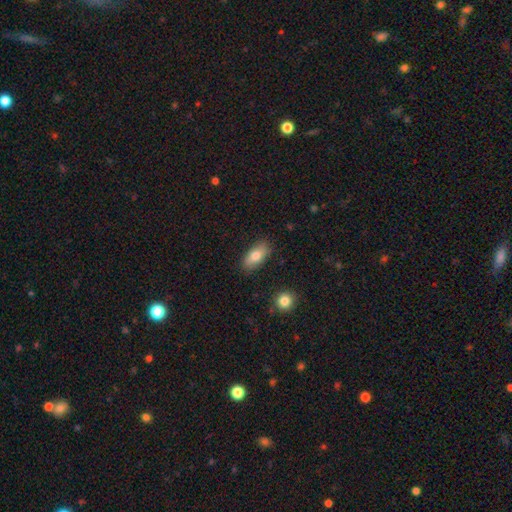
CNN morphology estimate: Smooth or featured?
  - smooth: 78% *
  - featured or disk: 16%
  - star or artifact: 7%
How rounded?
  - in between: 88% *
  - cigar-shaped: 8%
  - round: 4%
Merging?
  - none: 85% *
  - minor disturbance: 11%
  - major disturbance: 2%
  - merger: 2%